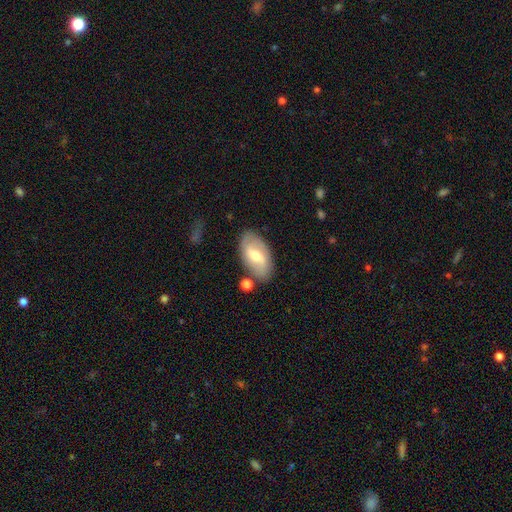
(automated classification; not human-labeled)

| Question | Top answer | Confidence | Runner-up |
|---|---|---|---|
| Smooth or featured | featured or disk | 51% | smooth (43%) |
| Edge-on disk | no | 92% | yes (8%) |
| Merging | none | 76% | minor disturbance (15%) |